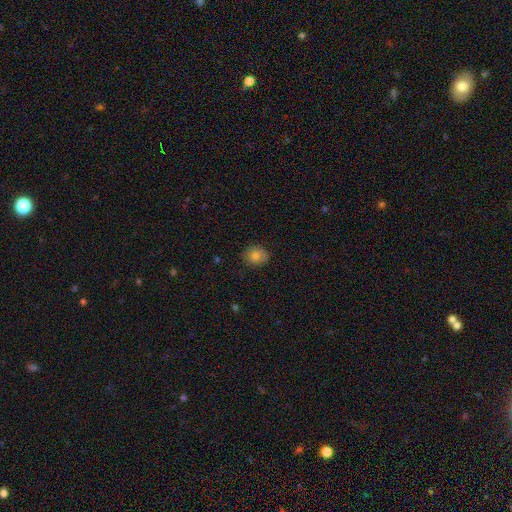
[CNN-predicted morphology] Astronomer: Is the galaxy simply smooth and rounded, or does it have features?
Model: smooth — 77%.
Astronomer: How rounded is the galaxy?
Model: round — 76%.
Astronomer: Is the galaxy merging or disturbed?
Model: none — 83%.